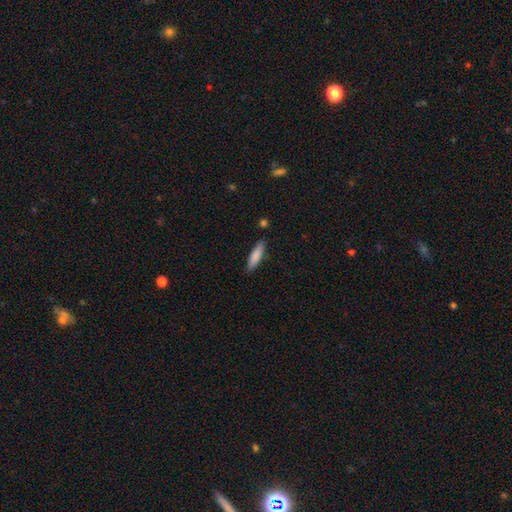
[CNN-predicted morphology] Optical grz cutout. It shows a smooth galaxy with no disk features (83%) that is cigar-shaped (71%). Merging: none (85%).